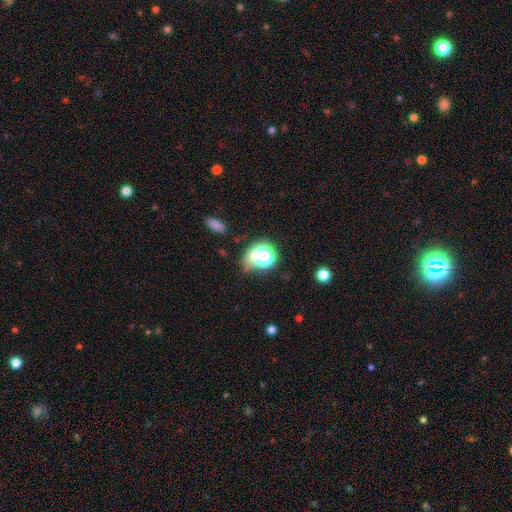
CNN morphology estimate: Q: Smooth or featured?
A: smooth (54%); runner-up: star or artifact (31%)
Q: How rounded?
A: round (64%); runner-up: in between (34%)
Q: Merging?
A: none (52%); runner-up: merger (18%)